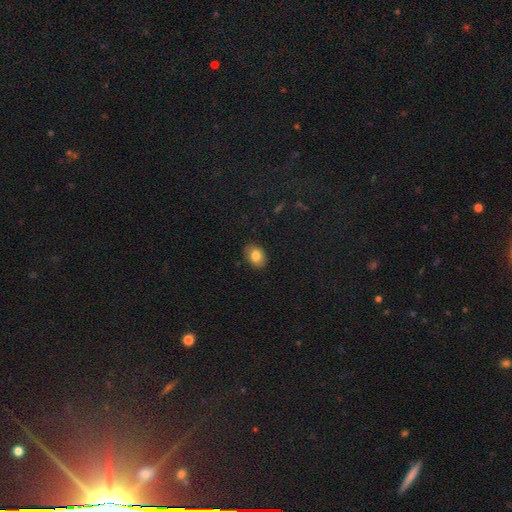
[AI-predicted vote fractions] This appears to be a smooth galaxy with no disk features (81%) that is in between round and cigar-shaped (74%). Merging: none (86%).